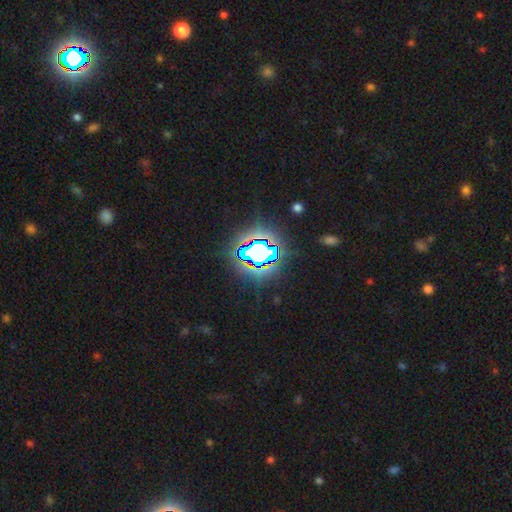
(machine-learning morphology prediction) type=star or artifact (70%).